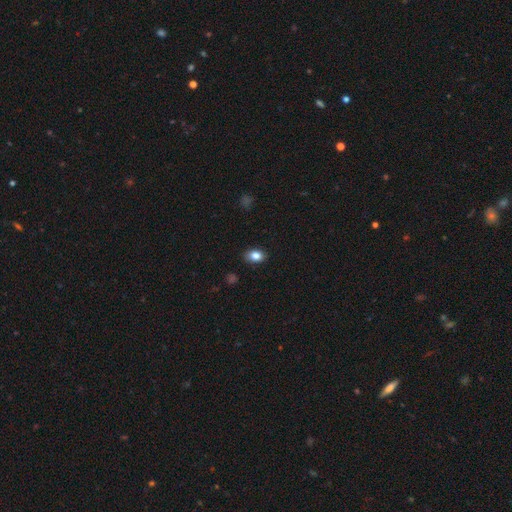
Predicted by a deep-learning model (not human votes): Morphology: type=smooth (85%); roundness=in between (81%); merging=none (86%).